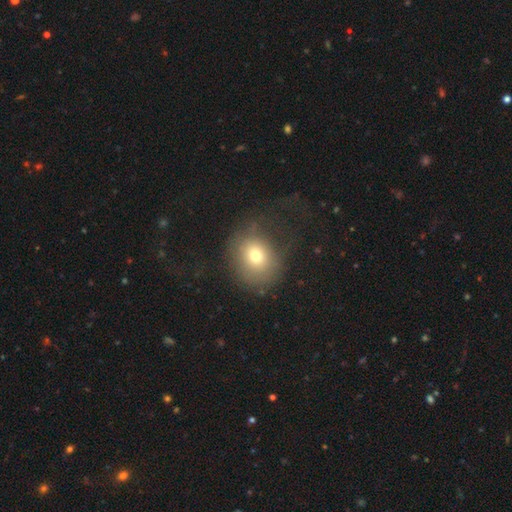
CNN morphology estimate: Q: Smooth or featured?
A: smooth (71%); runner-up: featured or disk (15%)
Q: How rounded?
A: round (69%); runner-up: in between (30%)
Q: Merging?
A: none (58%); runner-up: major disturbance (22%)